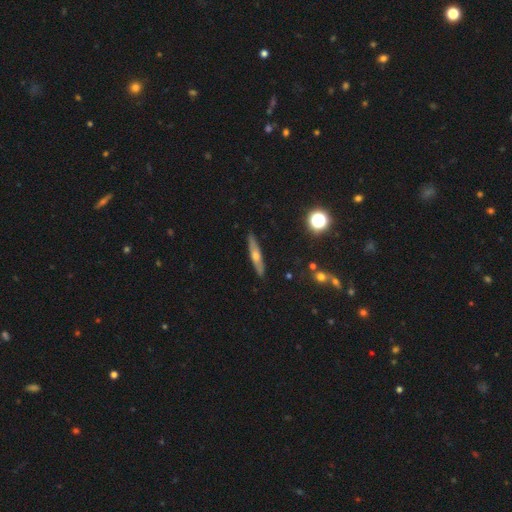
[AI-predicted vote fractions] This is possibly a featured or disk galaxy (51%). It is clearly viewed edge-on (89%). Merging: clearly none (89%).